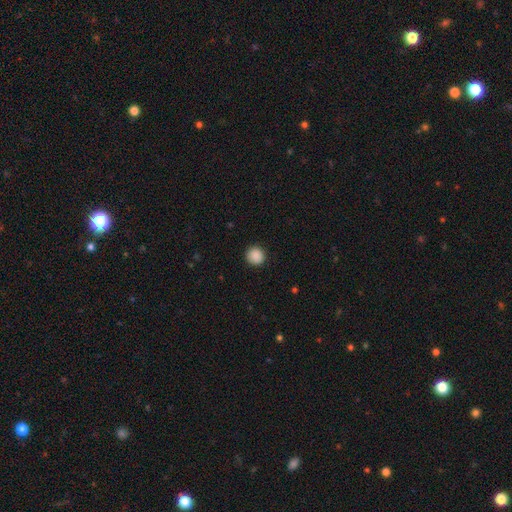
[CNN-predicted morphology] Overall: smooth (89%). How rounded: round (93%). Merging: none (91%).